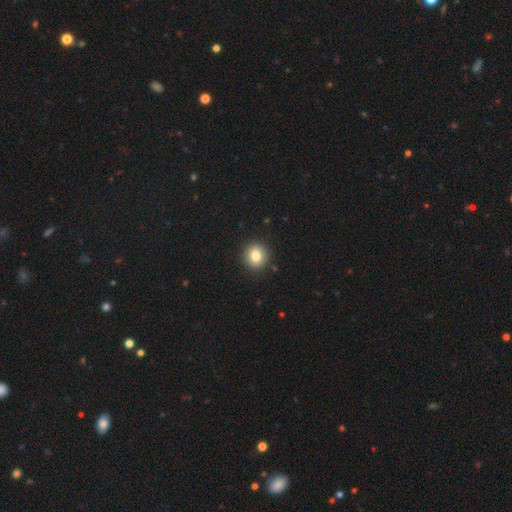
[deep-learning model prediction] Smooth or featured? Predicted: smooth (p=0.83). How rounded? Predicted: round (p=0.87). Merging? Predicted: none (p=0.91).